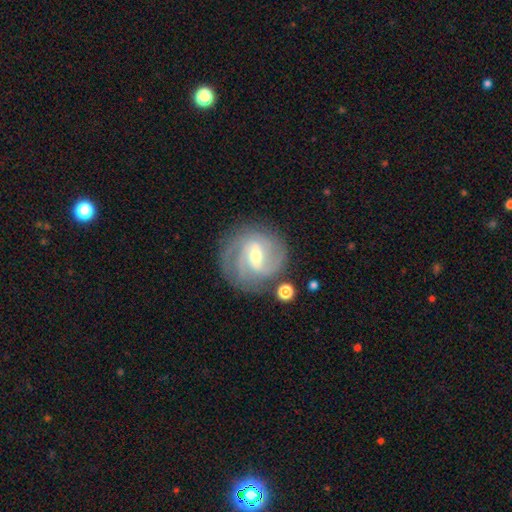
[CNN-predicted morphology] featured or disk 84%, smooth 10%, star or artifact 6%. Down the decision tree: edge-on disk — no (97%); bar — weak (53%); spiral arms — yes (95%); spiral arm count — 3 (33%); spiral winding — tight (46%); bulge size — moderate (53%); merging — none (77%).